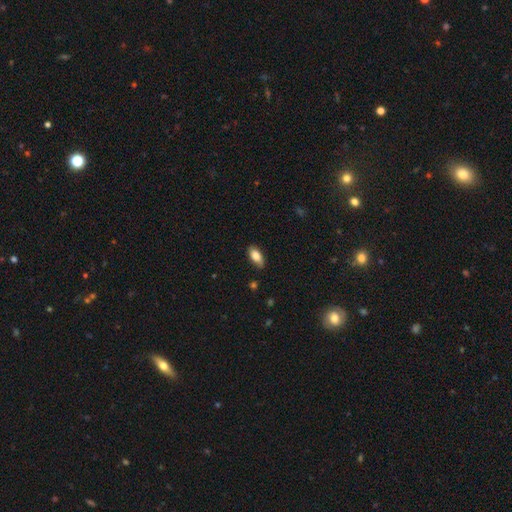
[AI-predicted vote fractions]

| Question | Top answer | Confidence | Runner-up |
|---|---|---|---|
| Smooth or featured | smooth | 82% | featured or disk (11%) |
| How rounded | in between | 90% | cigar-shaped (7%) |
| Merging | none | 76% | minor disturbance (20%) |